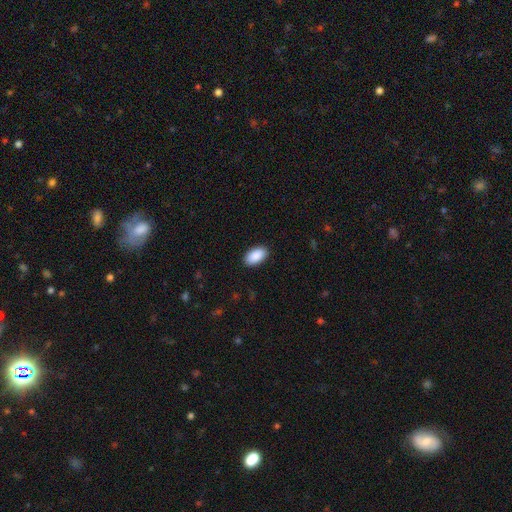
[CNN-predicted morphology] Smooth or featured? Predicted: smooth (p=0.91). How rounded? Predicted: in between (p=0.96). Merging? Predicted: none (p=0.90).